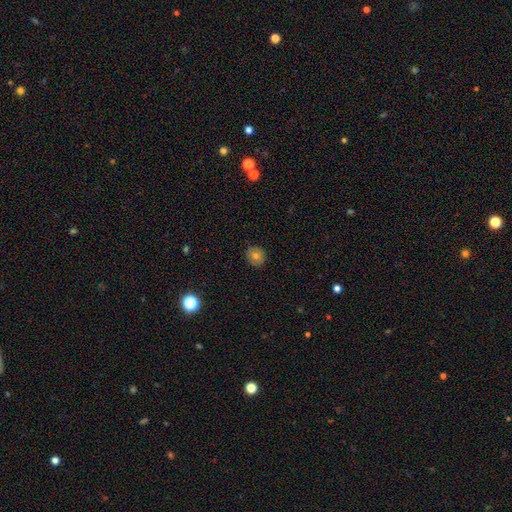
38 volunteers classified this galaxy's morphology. Smooth or featured? 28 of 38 (74%) said smooth. How rounded? 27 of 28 (96%) said round. Merging? 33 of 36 (92%) said none.